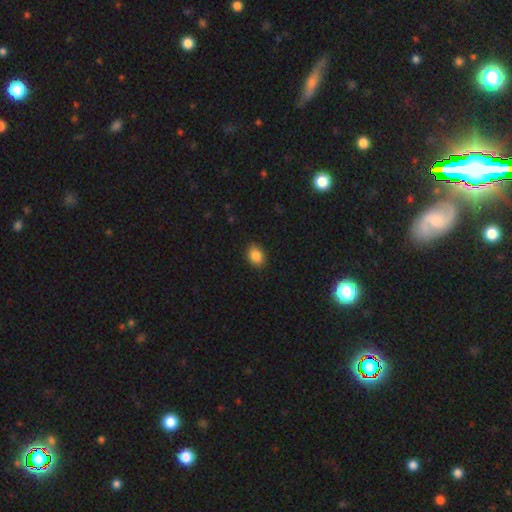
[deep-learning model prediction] This appears to be a smooth galaxy with no disk features (87%) that is in between round and cigar-shaped (66%). Merging: none (88%).